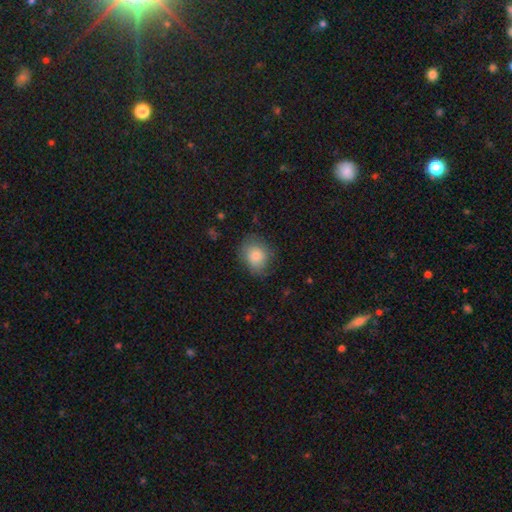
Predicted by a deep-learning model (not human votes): The model was most divided on "how rounded": round: 59%, in between: 40%, cigar-shaped: 1%. More confident: smooth or featured — smooth (82%); merging — none (72%).